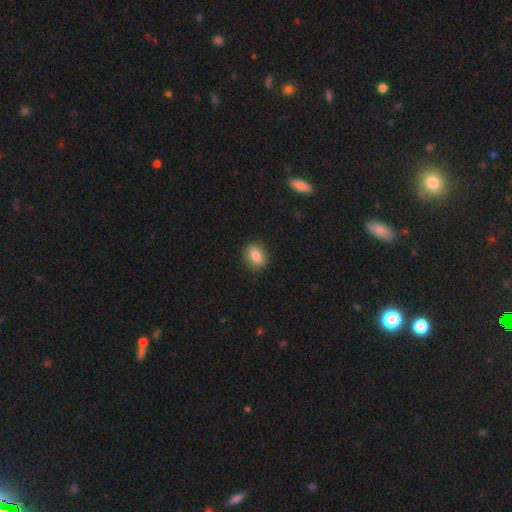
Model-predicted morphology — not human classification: Smooth or featured: smooth — 85% (star or artifact — 8%)
How rounded: in between — 65% (round — 33%)
Merging: none — 86% (minor disturbance — 11%)